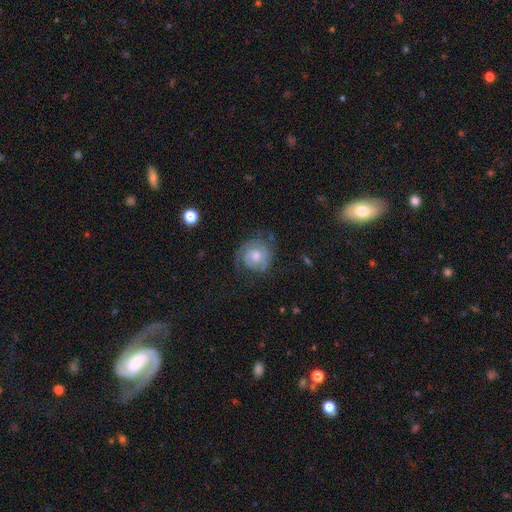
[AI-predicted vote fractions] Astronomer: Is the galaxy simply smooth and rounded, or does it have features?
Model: featured or disk — 73%.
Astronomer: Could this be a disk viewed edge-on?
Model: no — 98%.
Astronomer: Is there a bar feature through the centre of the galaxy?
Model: no — 70%.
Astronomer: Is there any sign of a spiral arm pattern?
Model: yes — 90%.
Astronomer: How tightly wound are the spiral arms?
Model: tight — 61%.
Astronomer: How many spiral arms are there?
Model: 2 — 47% (runner-up: can't tell, 24%).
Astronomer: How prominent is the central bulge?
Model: moderate — 65%.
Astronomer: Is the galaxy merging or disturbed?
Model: none — 63%.